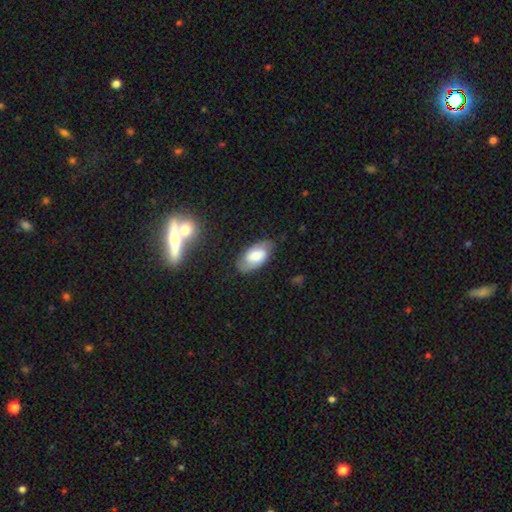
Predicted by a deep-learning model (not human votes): This is possibly a smooth galaxy (50%). Merging: likely none (79%).